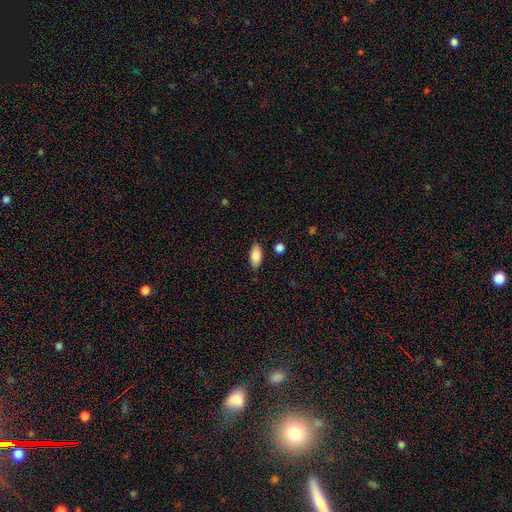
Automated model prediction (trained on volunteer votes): smooth_or_featured: smooth (p=0.86) [alt: featured or disk p=0.07]
how_rounded: in between (p=0.88) [alt: cigar-shaped p=0.09]
merging: none (p=0.82) [alt: minor disturbance p=0.13]